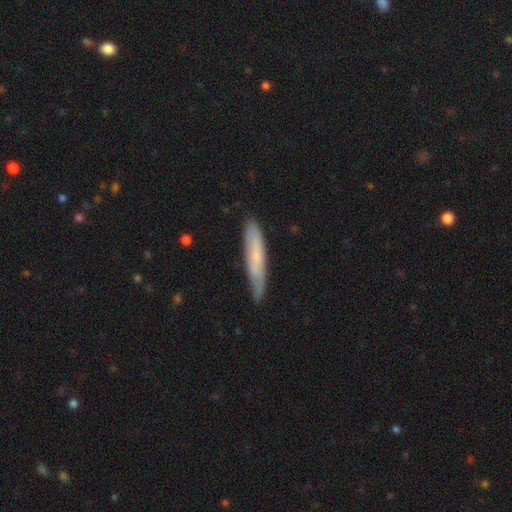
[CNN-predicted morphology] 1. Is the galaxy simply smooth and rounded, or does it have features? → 54% smooth, 39% featured or disk, 7% star or artifact.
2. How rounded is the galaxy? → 88% cigar-shaped, 11% in between, 1% round.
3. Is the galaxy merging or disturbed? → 74% none, 21% minor disturbance, 3% major disturbance, 2% merger.